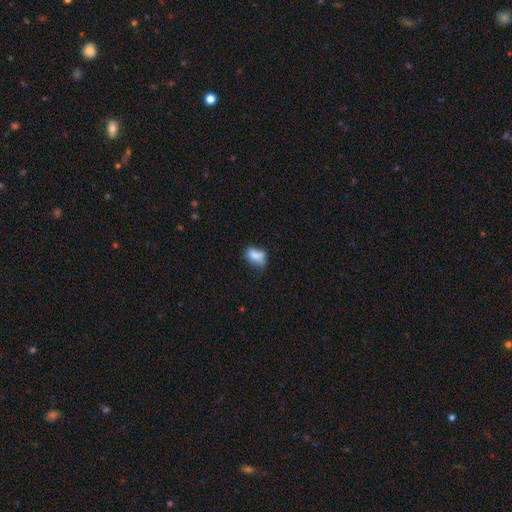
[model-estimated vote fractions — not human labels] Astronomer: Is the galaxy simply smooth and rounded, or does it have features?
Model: smooth — 72%.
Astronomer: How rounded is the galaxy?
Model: in between — 78%.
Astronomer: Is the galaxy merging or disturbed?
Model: none — 34% (runner-up: minor disturbance, 28%).